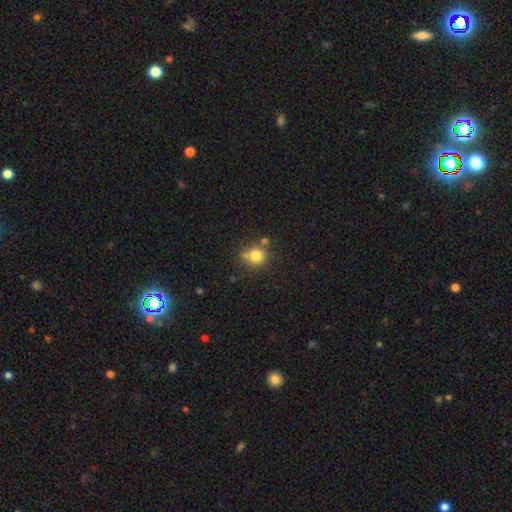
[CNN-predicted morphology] Overall: smooth (80%). How rounded: round (82%). Merging: none (67%).